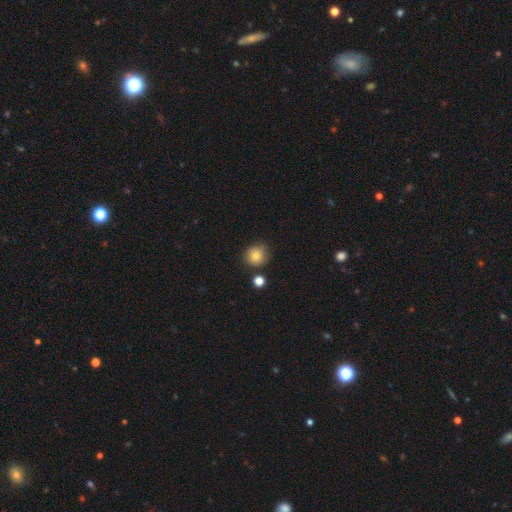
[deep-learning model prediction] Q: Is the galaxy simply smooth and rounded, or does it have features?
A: smooth — 81%.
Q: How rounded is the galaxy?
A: round — 90%.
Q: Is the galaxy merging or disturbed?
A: none — 79%.